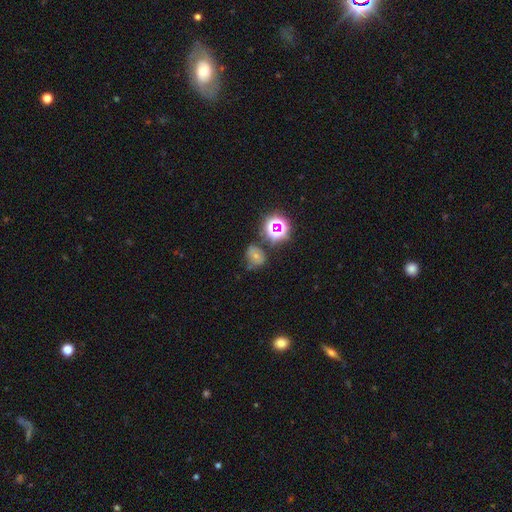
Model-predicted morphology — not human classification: type=smooth (49%); merging=none (56%).